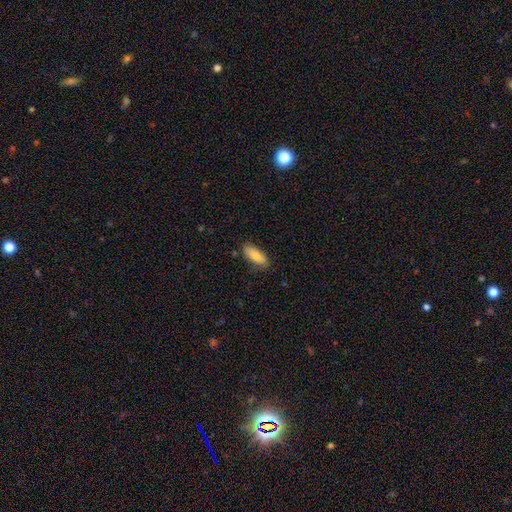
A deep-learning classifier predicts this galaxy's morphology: Smooth or featured? smooth (81%)
How rounded? in between (76%)
Merging? none (81%)